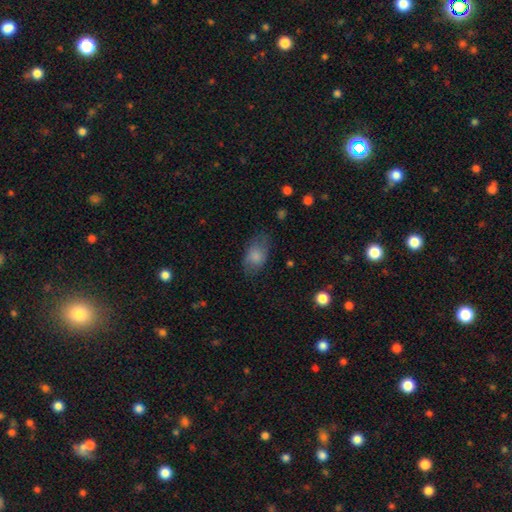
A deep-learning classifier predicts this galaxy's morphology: Smooth or featured? Predicted: smooth (p=0.79). How rounded? Predicted: in between (p=0.88). Merging? Predicted: none (p=0.68).